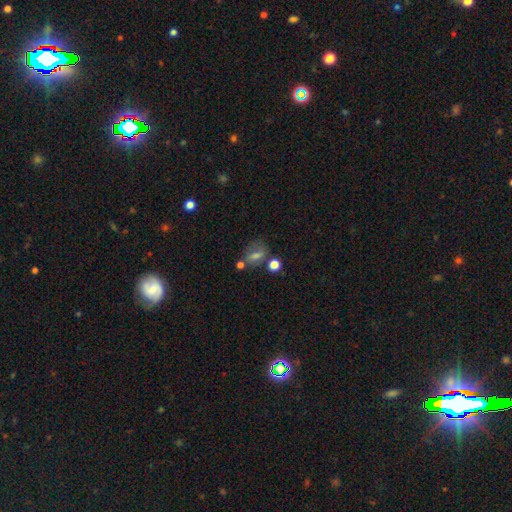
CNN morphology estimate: Smooth or featured? Predicted: smooth (p=0.49). Merging? Predicted: none (p=0.58).